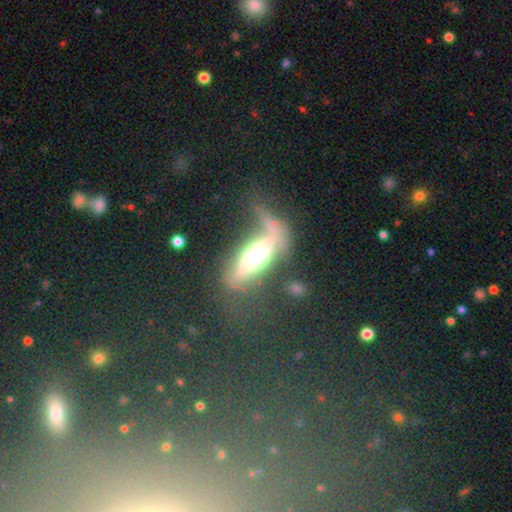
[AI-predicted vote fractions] featured or disk 63%, smooth 29%, star or artifact 8%. Down the decision tree: edge-on disk — yes (54%); merging — none (37%).